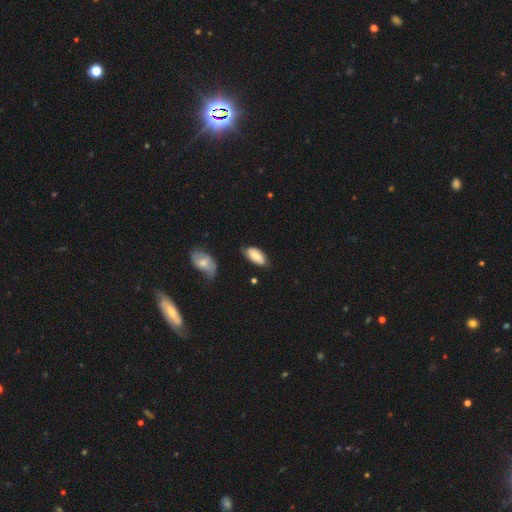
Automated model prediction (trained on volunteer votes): Q: Smooth or featured?
A: smooth (74%); runner-up: featured or disk (19%)
Q: How rounded?
A: in between (92%); runner-up: cigar-shaped (6%)
Q: Merging?
A: none (63%); runner-up: minor disturbance (28%)